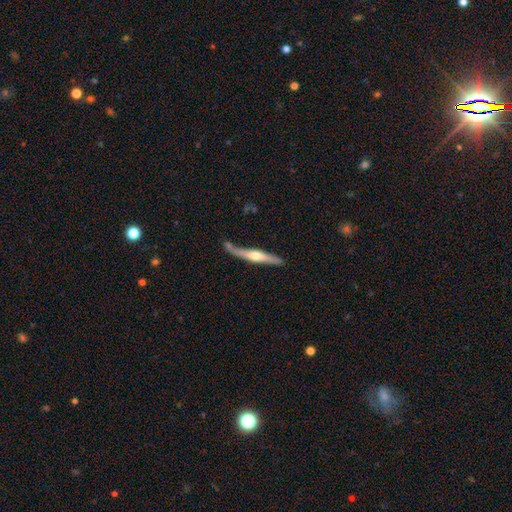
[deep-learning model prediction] A featured or disk galaxy (59%) viewed edge-on (92%) with a rounded central bulge (87%). Merging: none (67%).